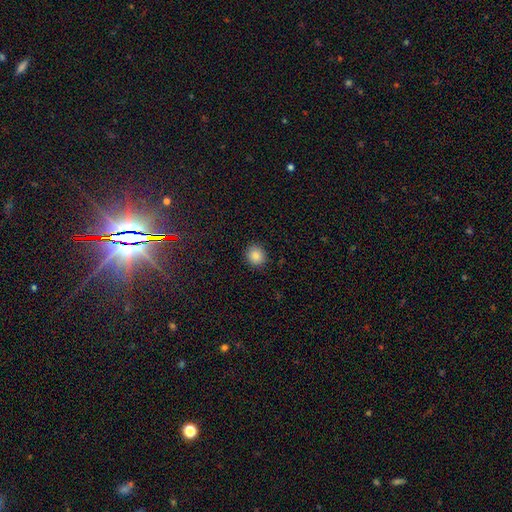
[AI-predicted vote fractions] The model was most divided on "how rounded": round: 82%, in between: 17%, cigar-shaped: 1%. More confident: merging — none (90%); smooth or featured — smooth (85%).